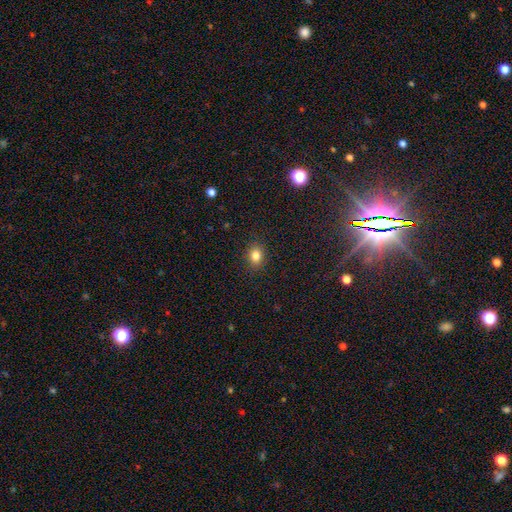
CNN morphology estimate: Smooth or featured? Predicted: smooth (p=0.83). How rounded? Predicted: in between (p=0.52). Merging? Predicted: none (p=0.88).